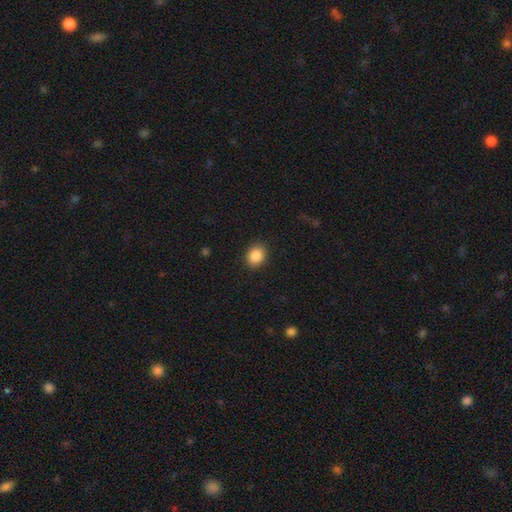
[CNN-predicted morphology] Smooth or featured? smooth (87%)
How rounded? round (52%)
Merging? none (89%)